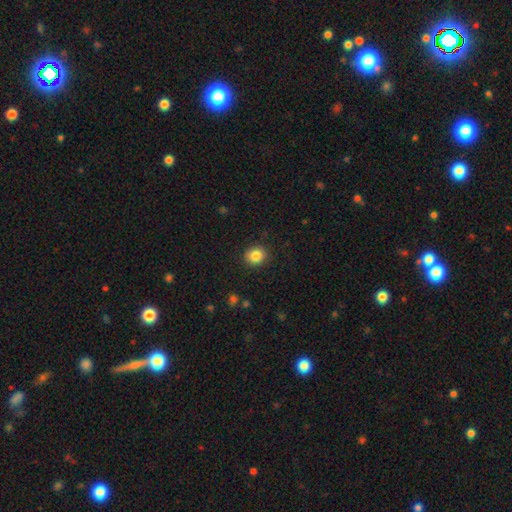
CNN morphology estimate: smooth 85%, star or artifact 10%, featured or disk 6%. Down the decision tree: how rounded — round (82%); merging — none (90%).